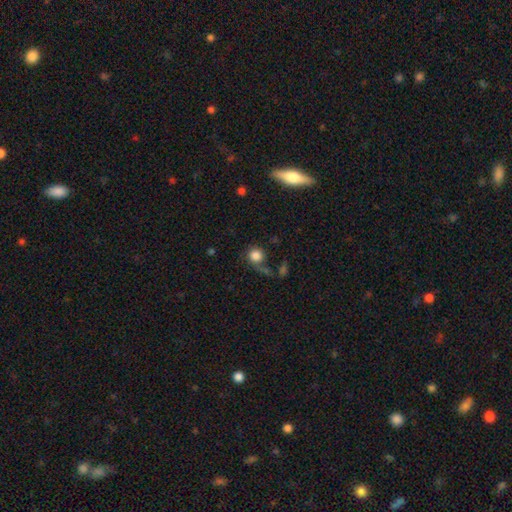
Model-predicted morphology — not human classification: A smooth galaxy with no disk features (81%) that is round (89%).

Vote fractions:
- Smooth or featured? smooth: 81% / star or artifact: 10% / featured or disk: 9%
- How rounded? round: 89% / in between: 10% / cigar-shaped: 1%
- Merging? none: 53% / major disturbance: 16% / minor disturbance: 16% / merger: 15%